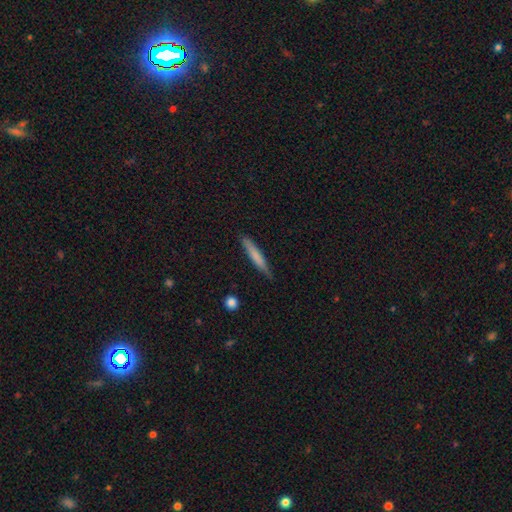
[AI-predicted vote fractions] This is likely a smooth galaxy (70%). How rounded: clearly cigar-shaped (94%). Merging: clearly none (85%).